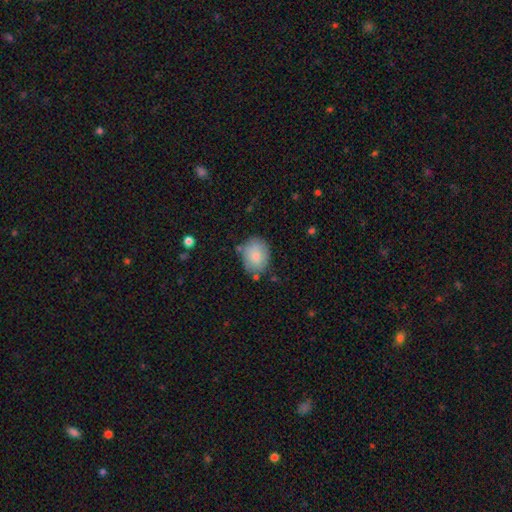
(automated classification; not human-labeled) Overall: smooth (82%). How rounded: in between (53%; round 46%). Merging: none (73%).